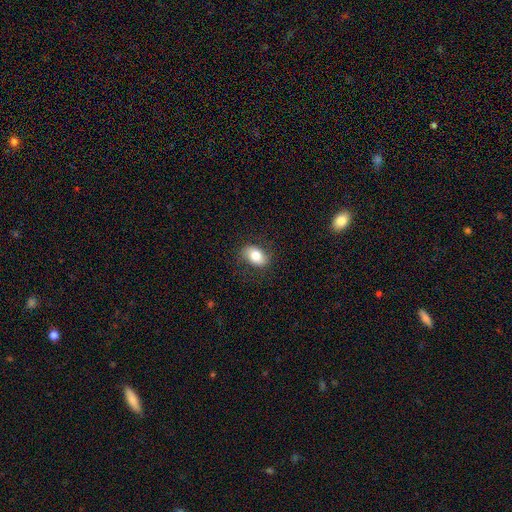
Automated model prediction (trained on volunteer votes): The model was most divided on "smooth or featured": smooth: 74%, featured or disk: 18%, star or artifact: 8%. More confident: how rounded — in between (83%); merging — none (78%).